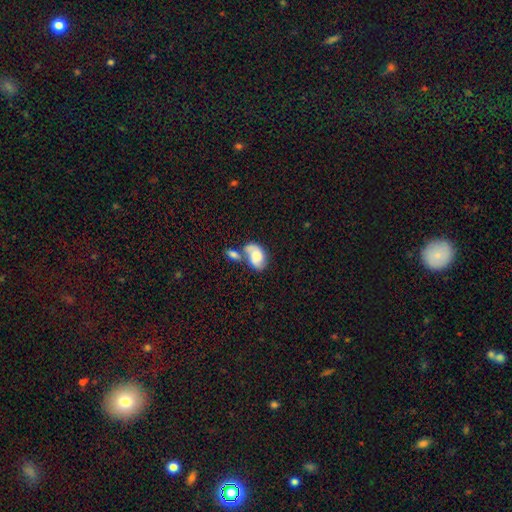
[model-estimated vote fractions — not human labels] smooth 53%, featured or disk 39%, star or artifact 8%. Down the decision tree: how rounded — in between (89%); merging — merger (49%).